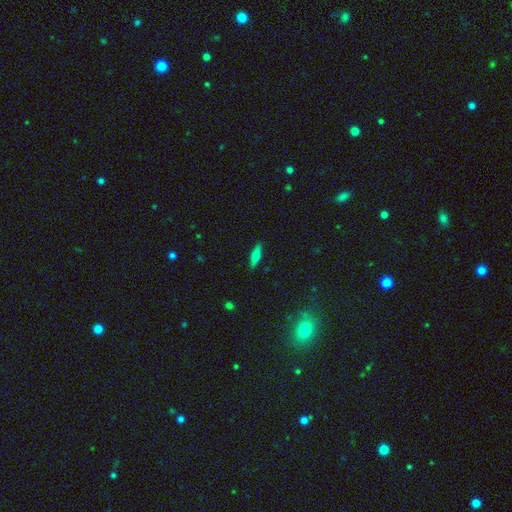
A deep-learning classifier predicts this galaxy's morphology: smooth 63%, featured or disk 29%, star or artifact 8%. Down the decision tree: how rounded — cigar-shaped (58%); merging — none (87%).